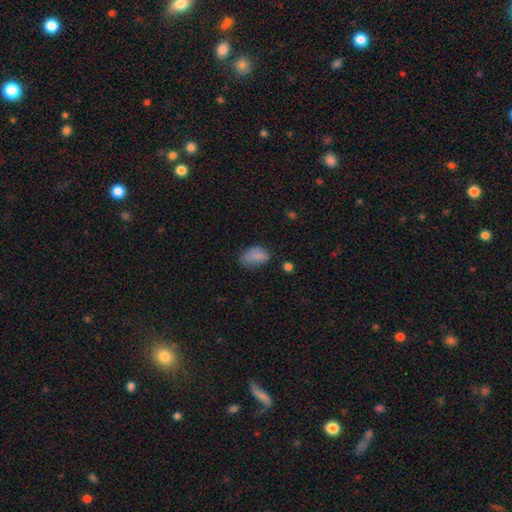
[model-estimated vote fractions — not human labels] This is clearly a smooth galaxy (80%). How rounded: clearly in between (88%). Merging: possibly none (51%).